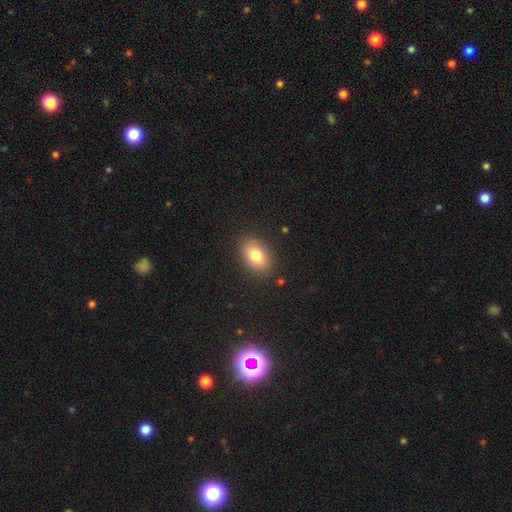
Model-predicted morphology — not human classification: smooth-or-featured: smooth: 79% | featured or disk: 12% | star or artifact: 9%
  how-rounded: in between: 85% | round: 14% | cigar-shaped: 2%
  merging: none: 86% | minor disturbance: 9% | major disturbance: 3% | merger: 1%